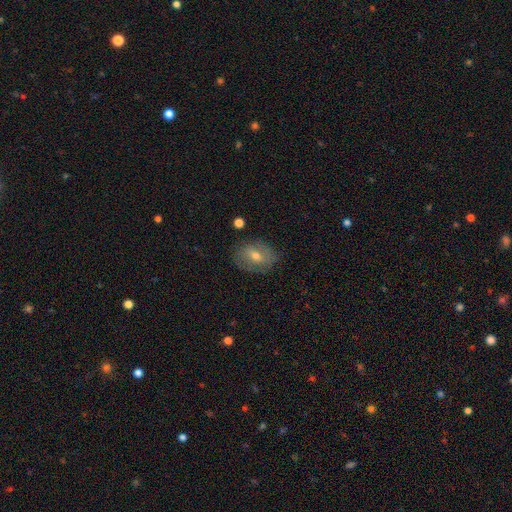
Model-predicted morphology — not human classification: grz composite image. It shows a smooth galaxy with no disk features (47%). Merging: none (77%).